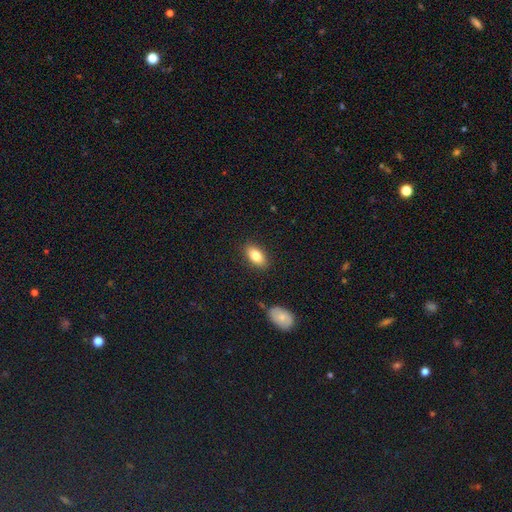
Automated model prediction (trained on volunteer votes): Smooth or featured? Predicted: smooth (p=0.83). How rounded? Predicted: in between (p=0.91). Merging? Predicted: none (p=0.87).